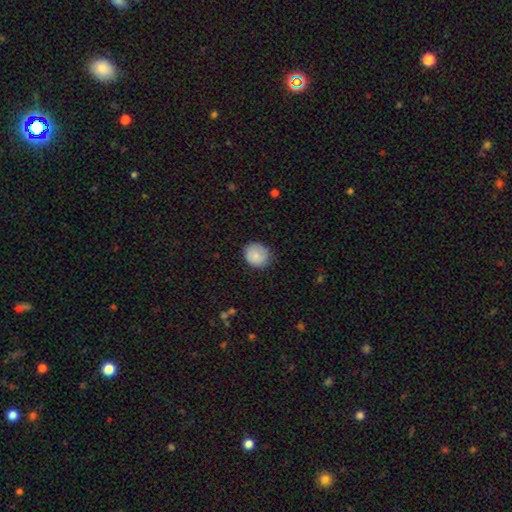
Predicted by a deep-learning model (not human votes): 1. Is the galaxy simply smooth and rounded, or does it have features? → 84% smooth, 9% featured or disk, 7% star or artifact.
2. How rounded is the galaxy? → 82% round, 17% in between, 1% cigar-shaped.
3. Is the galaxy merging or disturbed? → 81% none, 15% minor disturbance, 3% major disturbance, 1% merger.